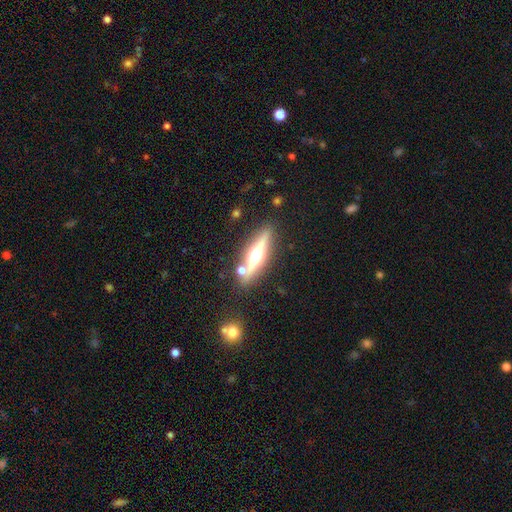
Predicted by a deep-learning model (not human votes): Q: Smooth or featured?
A: featured or disk (72%); runner-up: smooth (21%)
Q: Edge-on disk?
A: yes (95%); runner-up: no (5%)
Q: Edge-on bulge?
A: rounded (95%); runner-up: boxy (4%)
Q: Merging?
A: none (82%); runner-up: minor disturbance (9%)